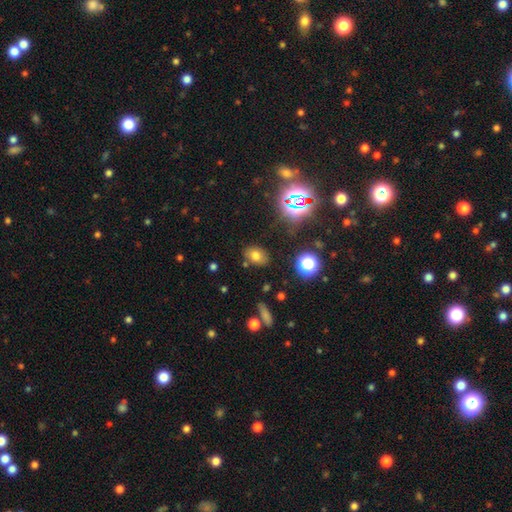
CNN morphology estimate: type=smooth (69%); roundness=in between (72%); merging=none (80%).